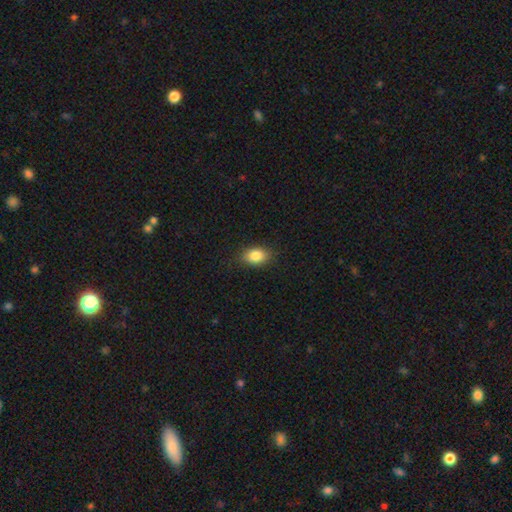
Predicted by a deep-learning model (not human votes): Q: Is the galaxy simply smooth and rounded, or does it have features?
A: smooth — 85%.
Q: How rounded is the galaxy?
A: in between — 81%.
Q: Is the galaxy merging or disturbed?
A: none — 85%.